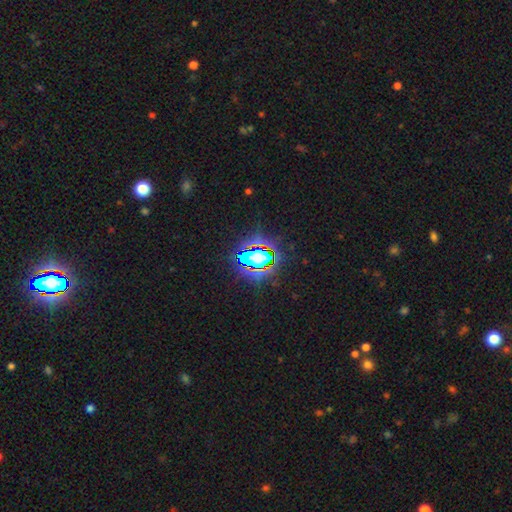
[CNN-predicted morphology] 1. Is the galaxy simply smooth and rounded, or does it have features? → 60% star or artifact, 25% smooth, 15% featured or disk.